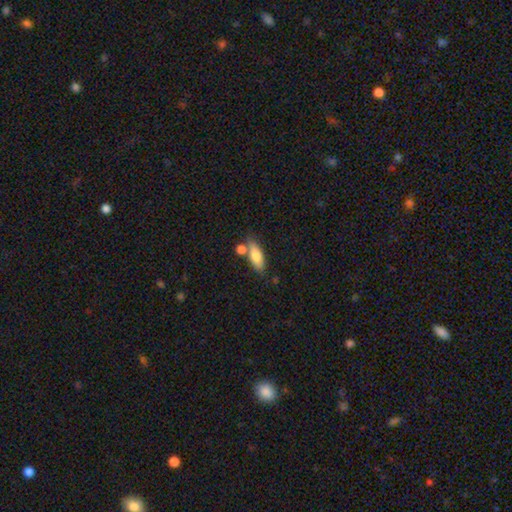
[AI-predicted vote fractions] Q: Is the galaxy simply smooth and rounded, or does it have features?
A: smooth — 78%.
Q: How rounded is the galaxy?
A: in between — 72%.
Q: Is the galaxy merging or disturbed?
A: none — 66%.